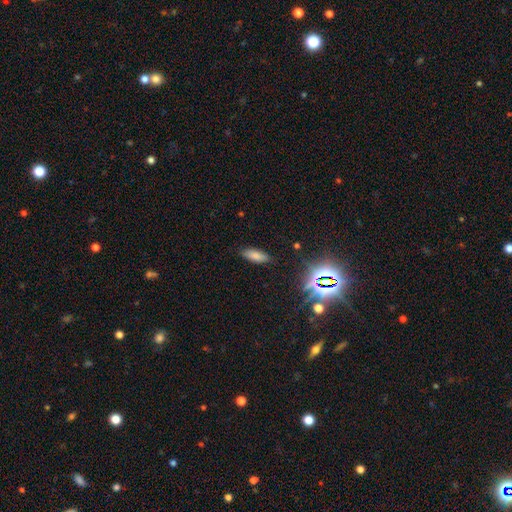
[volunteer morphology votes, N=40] Smooth or featured: smooth — 82% (star or artifact — 10%)
How rounded: in between — 85% (cigar-shaped — 12%)
Merging: none — 94% (minor disturbance — 6%)